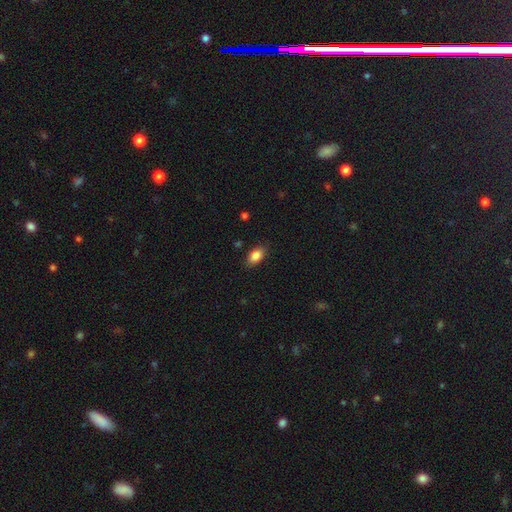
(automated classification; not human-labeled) smooth_or_featured: smooth (p=0.86) [alt: star or artifact p=0.08]
how_rounded: in between (p=0.88) [alt: round p=0.09]
merging: none (p=0.85) [alt: minor disturbance p=0.11]